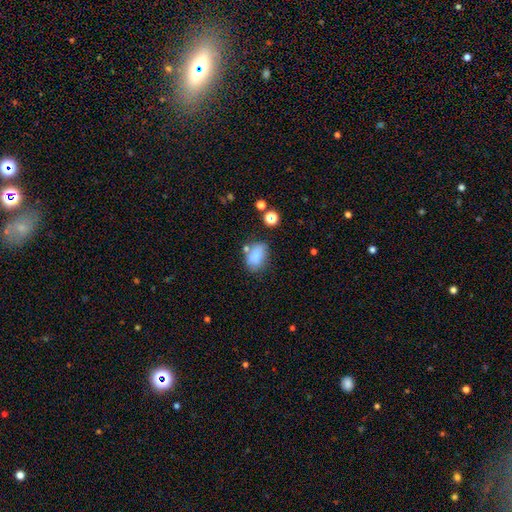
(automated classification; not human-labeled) smooth_or_featured: smooth (p=0.78) [alt: featured or disk p=0.12]
how_rounded: in between (p=0.79) [alt: round p=0.20]
merging: none (p=0.61) [alt: minor disturbance p=0.21]